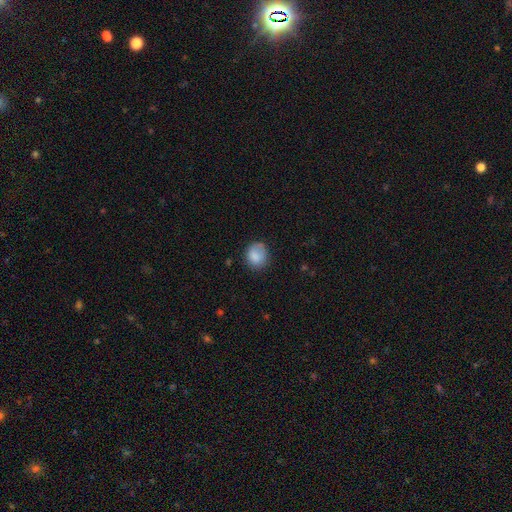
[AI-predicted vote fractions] A smooth galaxy with no disk features (84%) that is round (66%). Merging: none (70%).